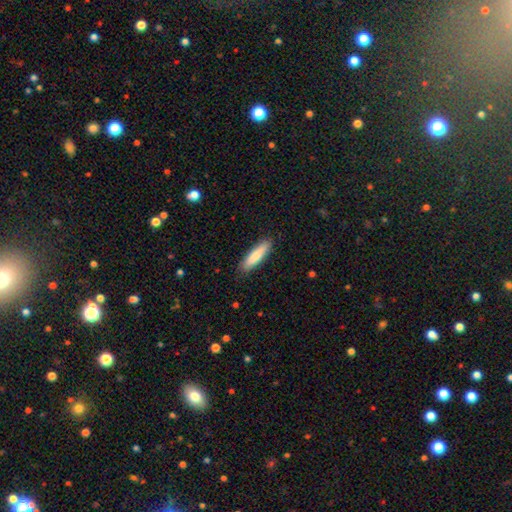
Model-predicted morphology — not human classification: The model was most divided on "how rounded": cigar-shaped: 72%, in between: 27%, round: 1%. More confident: merging — none (87%); smooth or featured — smooth (81%).